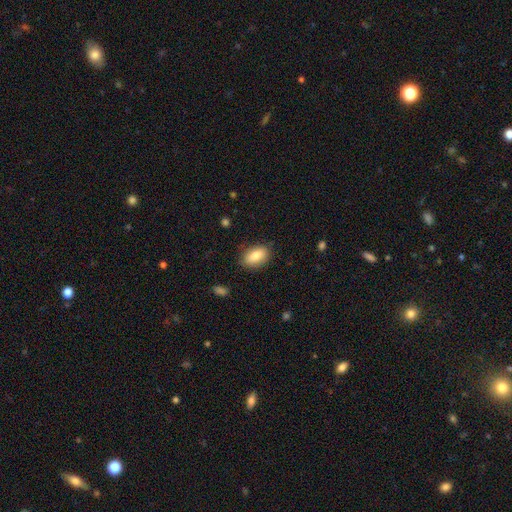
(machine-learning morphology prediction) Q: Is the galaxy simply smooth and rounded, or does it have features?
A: smooth — 81%.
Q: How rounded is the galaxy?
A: in between — 89%.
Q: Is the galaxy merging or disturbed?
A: none — 83%.